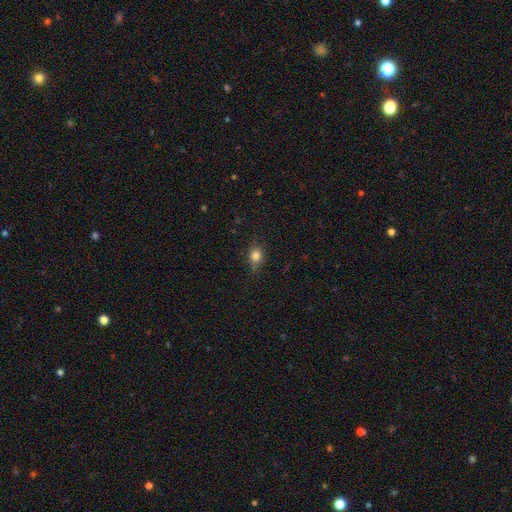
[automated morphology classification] This is clearly a smooth galaxy (81%). How rounded: possibly round (49%, tied with in between). Merging: likely none (77%).